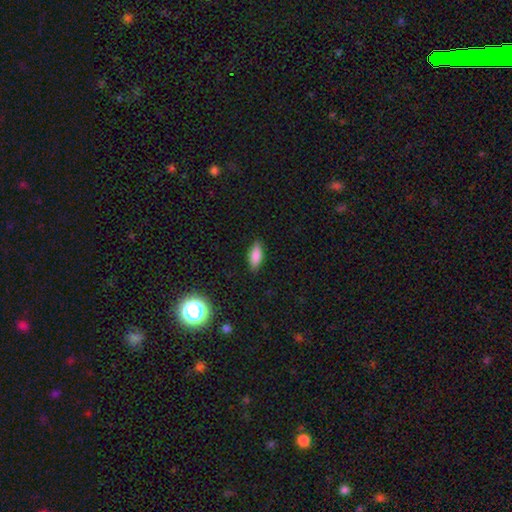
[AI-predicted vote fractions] Smooth or featured? smooth (82%)
How rounded? in between (76%)
Merging? none (86%)